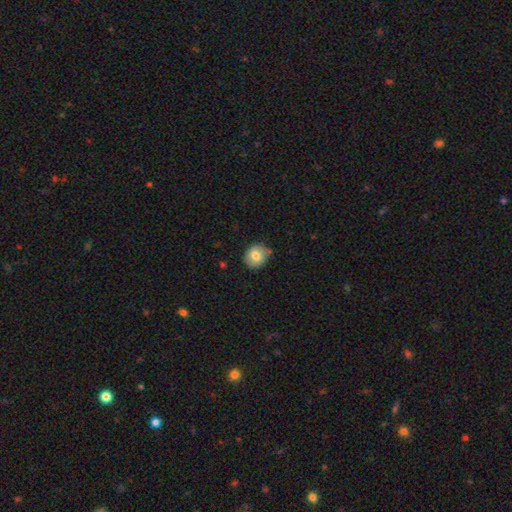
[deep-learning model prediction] smooth_or_featured: smooth (p=0.77) [alt: featured or disk p=0.15]
how_rounded: round (p=0.79) [alt: in between p=0.20]
merging: none (p=0.79) [alt: minor disturbance p=0.16]